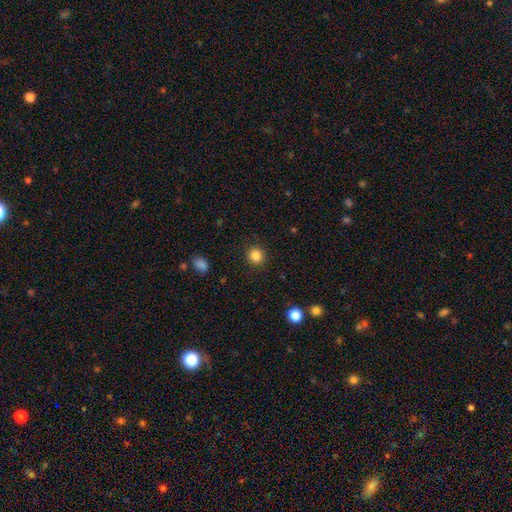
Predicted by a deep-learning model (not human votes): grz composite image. It shows a smooth galaxy with no disk features (85%) that is round (89%). Merging: none (91%).